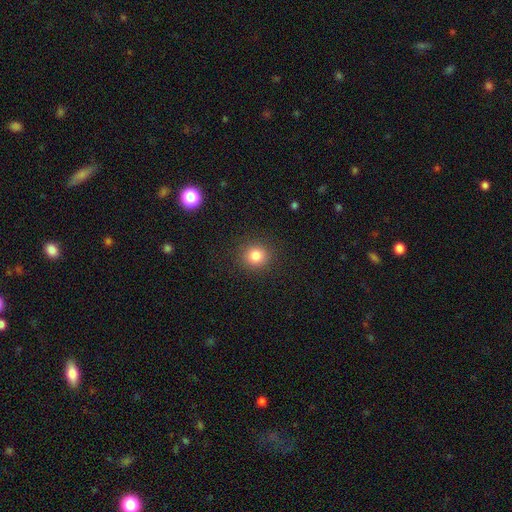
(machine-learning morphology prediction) Overall: smooth (82%). How rounded: round (89%). Merging: none (90%).